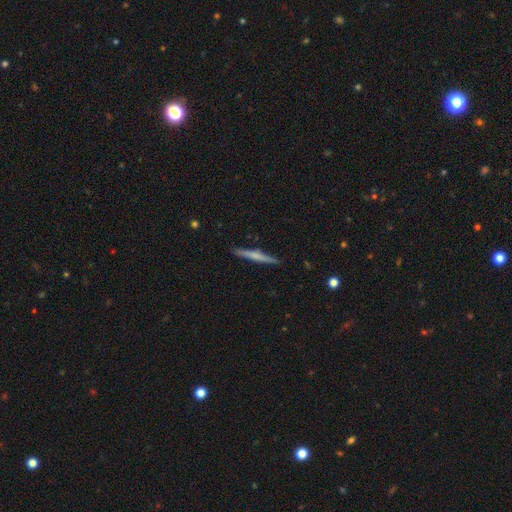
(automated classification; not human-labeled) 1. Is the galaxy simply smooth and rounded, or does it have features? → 49% featured or disk, 46% smooth, 6% star or artifact.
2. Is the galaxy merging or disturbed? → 90% none, 7% minor disturbance, 1% major disturbance, 1% merger.